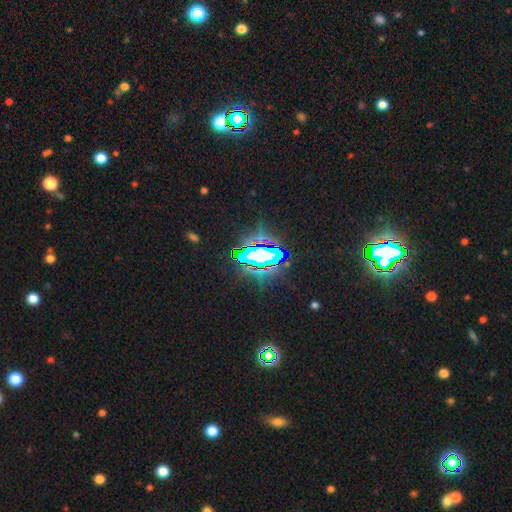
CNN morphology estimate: Q: Smooth or featured?
A: star or artifact (68%); runner-up: smooth (16%)